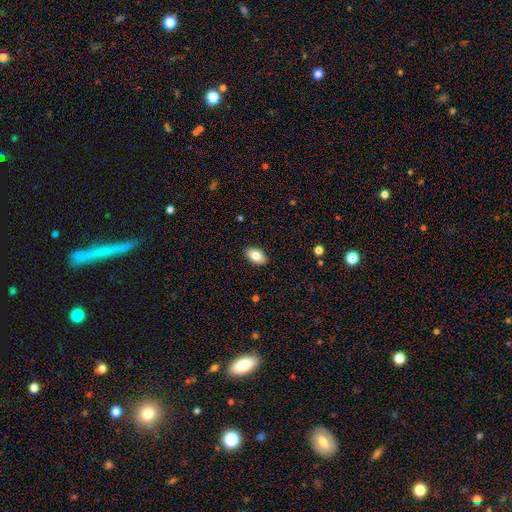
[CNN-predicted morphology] Smooth or featured?
  - smooth: 82% *
  - featured or disk: 11%
  - star or artifact: 7%
How rounded?
  - in between: 92% *
  - round: 6%
  - cigar-shaped: 2%
Merging?
  - none: 89% *
  - minor disturbance: 8%
  - major disturbance: 2%
  - merger: 1%